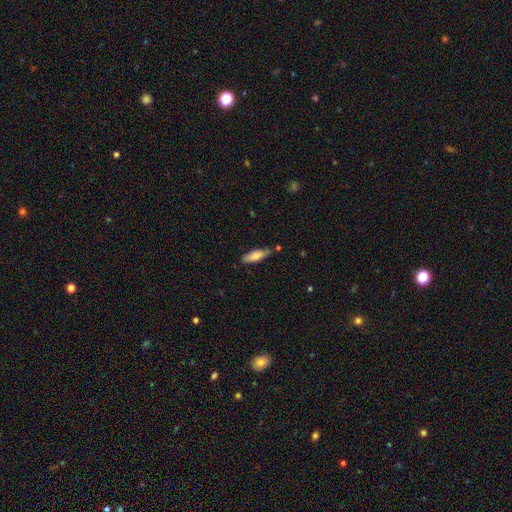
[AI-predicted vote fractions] A smooth galaxy with no disk features (79%) that is in between round and cigar-shaped (51%).

Vote fractions:
- Smooth or featured? smooth: 79% / featured or disk: 15% / star or artifact: 6%
- How rounded? in between: 51% / cigar-shaped: 47% / round: 2%
- Merging? none: 69% / minor disturbance: 22% / merger: 5% / major disturbance: 4%